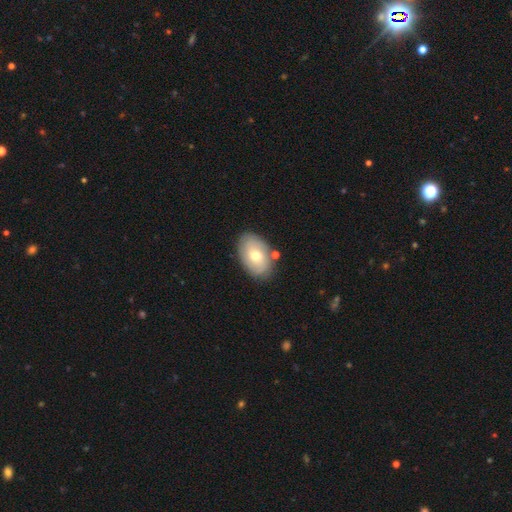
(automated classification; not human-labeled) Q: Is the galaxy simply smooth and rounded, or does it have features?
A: smooth — 63%.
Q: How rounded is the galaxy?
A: in between — 88%.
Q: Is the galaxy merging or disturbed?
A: none — 78%.